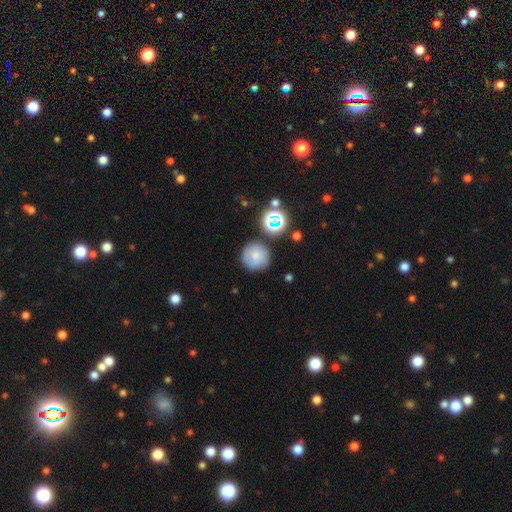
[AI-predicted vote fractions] This appears to be a smooth galaxy with no disk features (69%) that is round (95%). Merging: none (78%).